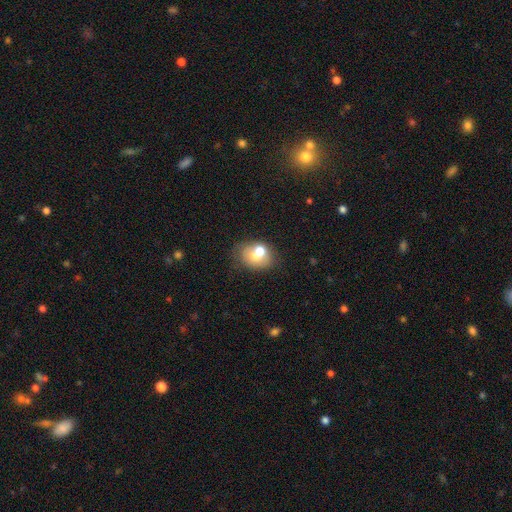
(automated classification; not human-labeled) Smooth or featured?
  - smooth: 62% *
  - featured or disk: 28%
  - star or artifact: 10%
How rounded?
  - in between: 51% *
  - round: 48%
  - cigar-shaped: 1%
Merging?
  - merger: 44% *
  - none: 37%
  - minor disturbance: 13%
  - major disturbance: 6%